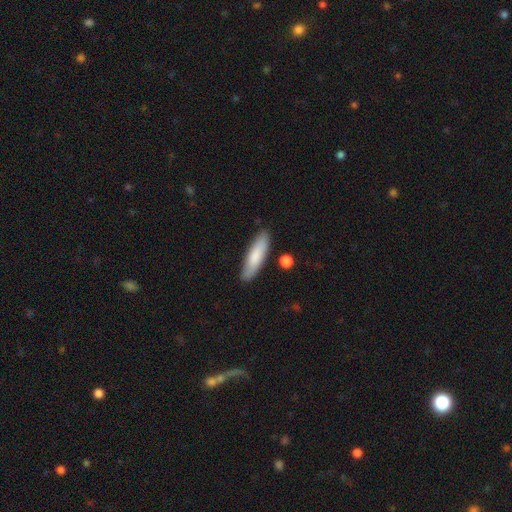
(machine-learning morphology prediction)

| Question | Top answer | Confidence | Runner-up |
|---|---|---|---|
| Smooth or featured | smooth | 79% | featured or disk (16%) |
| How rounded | cigar-shaped | 68% | in between (31%) |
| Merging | none | 83% | minor disturbance (12%) |